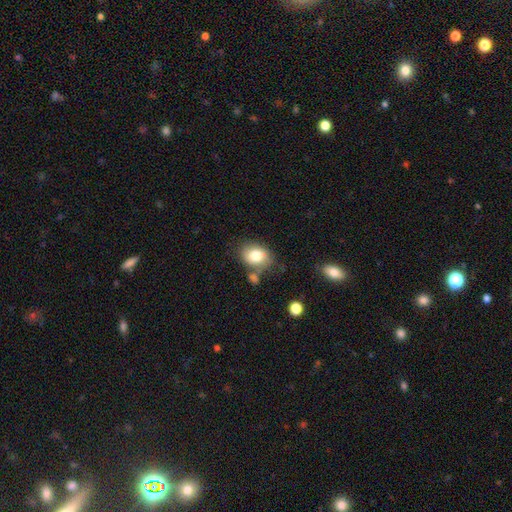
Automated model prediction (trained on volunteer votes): Smooth or featured? smooth (78%)
How rounded? in between (69%)
Merging? none (62%)